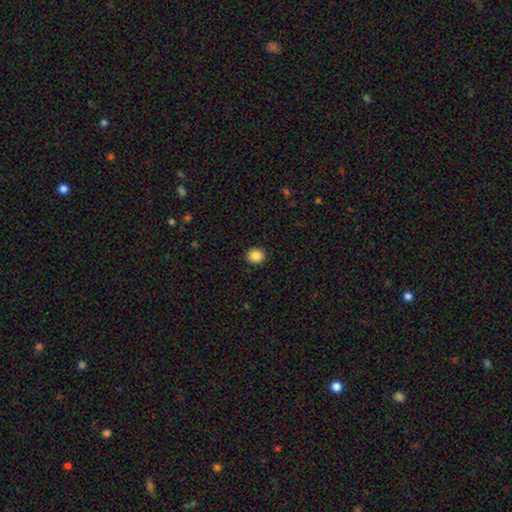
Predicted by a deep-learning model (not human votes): This appears to be a smooth galaxy with no disk features (86%) that is round (82%). Merging: none (92%).